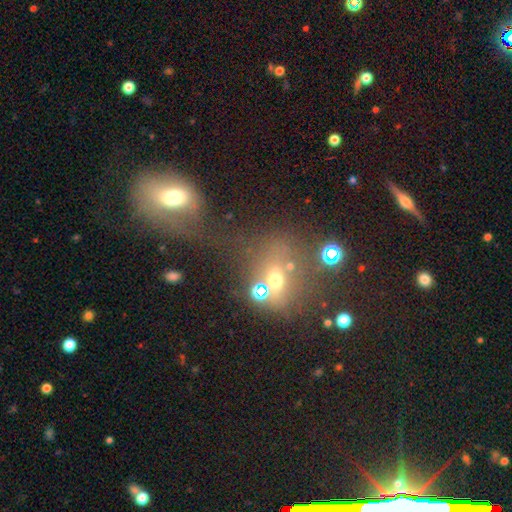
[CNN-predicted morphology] A star or artifact, not a galaxy (42%).